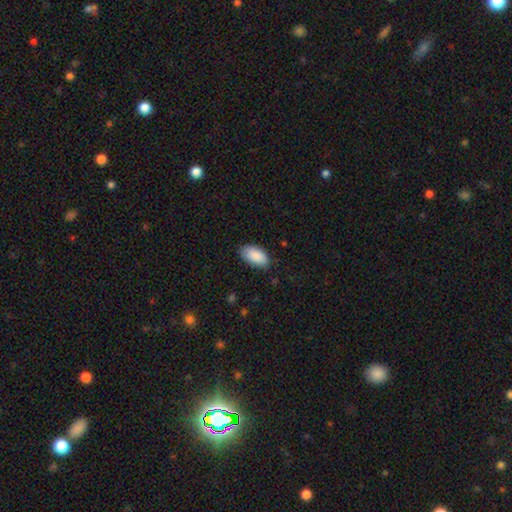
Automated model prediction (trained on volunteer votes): Smooth or featured: smooth — 89% (star or artifact — 6%)
How rounded: in between — 95% (cigar-shaped — 3%)
Merging: none — 81% (minor disturbance — 15%)